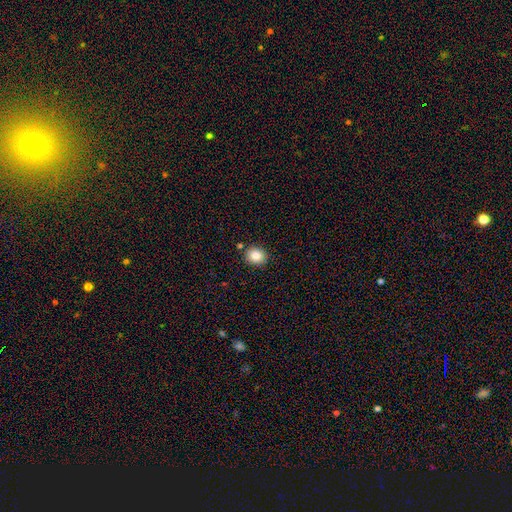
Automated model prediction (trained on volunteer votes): This appears to be a smooth galaxy with no disk features (84%) that is round (63%). Merging: none (87%).